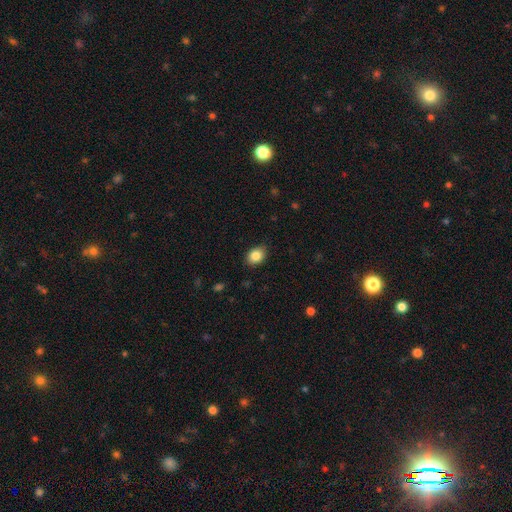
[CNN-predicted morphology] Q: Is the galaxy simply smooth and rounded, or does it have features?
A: smooth — 86%.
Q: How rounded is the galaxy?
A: in between — 62%.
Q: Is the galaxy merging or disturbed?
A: none — 83%.